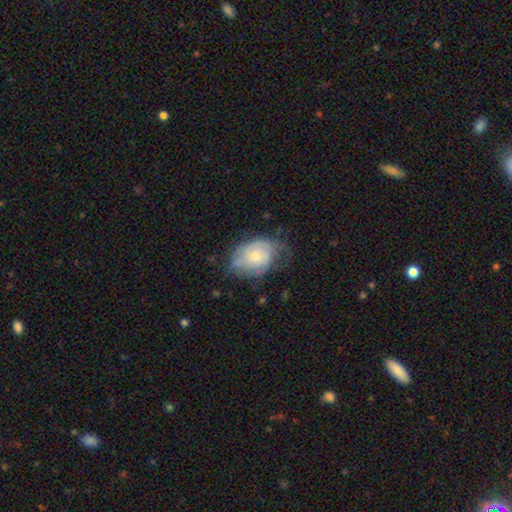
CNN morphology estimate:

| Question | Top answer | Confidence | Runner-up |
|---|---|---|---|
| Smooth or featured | featured or disk | 54% | smooth (39%) |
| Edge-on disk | no | 96% | yes (4%) |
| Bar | no | 82% | weak (16%) |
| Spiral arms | yes | 75% | no (25%) |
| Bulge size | small | 62% | moderate (33%) |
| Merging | none | 47% | minor disturbance (33%) |